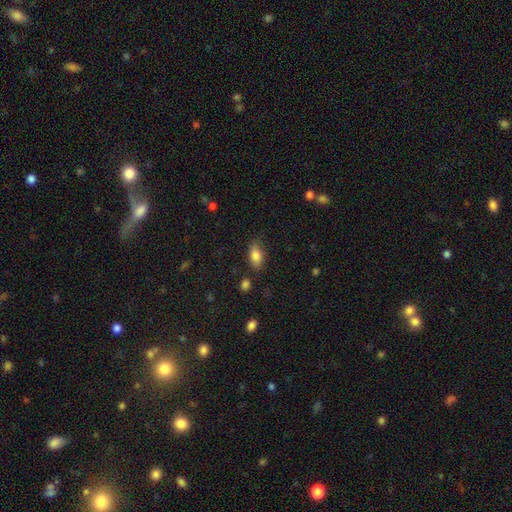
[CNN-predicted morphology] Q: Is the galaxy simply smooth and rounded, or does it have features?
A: smooth — 83%.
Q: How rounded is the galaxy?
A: in between — 89%.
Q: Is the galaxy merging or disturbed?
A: none — 77%.